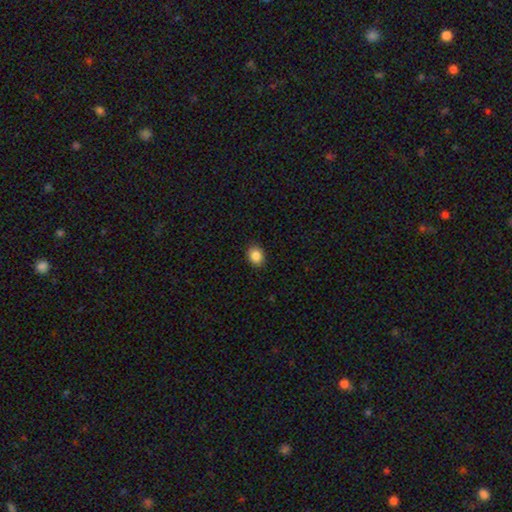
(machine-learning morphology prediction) Smooth or featured?
  - smooth: 87% *
  - star or artifact: 9%
  - featured or disk: 4%
How rounded?
  - round: 50% *
  - in between: 49%
  - cigar-shaped: 1%
Merging?
  - none: 89% *
  - minor disturbance: 8%
  - major disturbance: 2%
  - merger: 1%